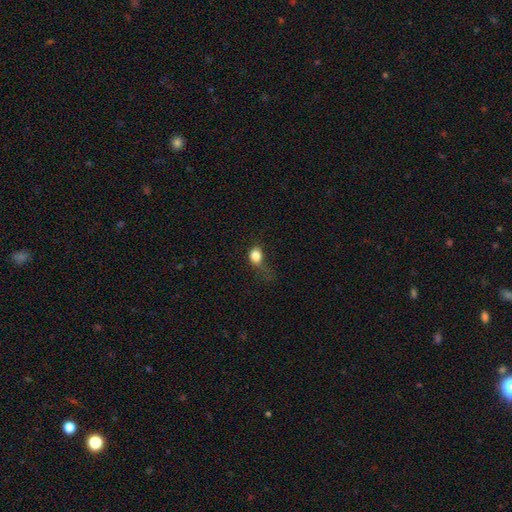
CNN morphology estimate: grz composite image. It shows a smooth galaxy with no disk features (82%) that is round (58%). Merging: none (36%).